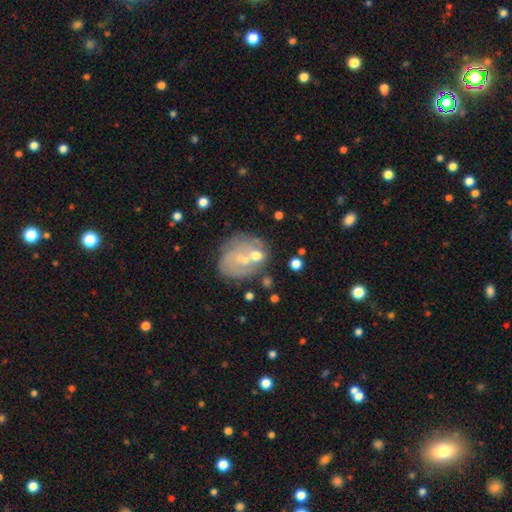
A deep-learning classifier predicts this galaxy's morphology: A featured or disk galaxy (51%).

Vote fractions:
- Smooth or featured? featured or disk: 51% / smooth: 39% / star or artifact: 10%
- Edge-on disk? no: 97% / yes: 3%
- Merging? none: 41% / merger: 28% / minor disturbance: 18% / major disturbance: 14%